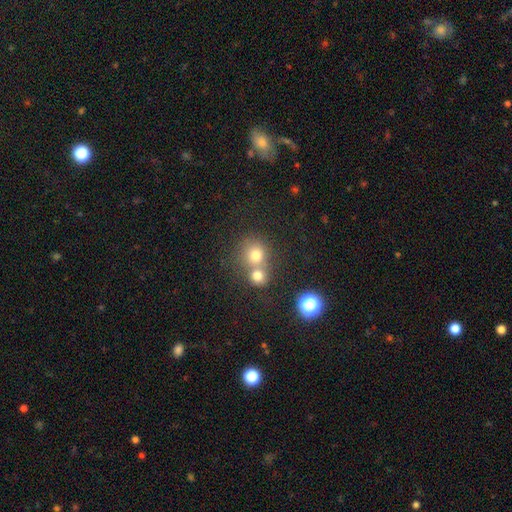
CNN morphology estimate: This appears to be a smooth galaxy with no disk features (74%) that is round (86%). Merging: merger (46%).